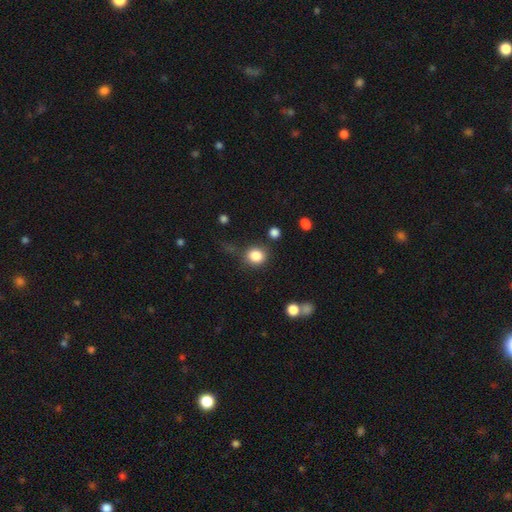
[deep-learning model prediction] smooth_or_featured: smooth (p=0.84) [alt: star or artifact p=0.11]
how_rounded: round (p=0.80) [alt: in between p=0.19]
merging: none (p=0.76) [alt: minor disturbance p=0.14]